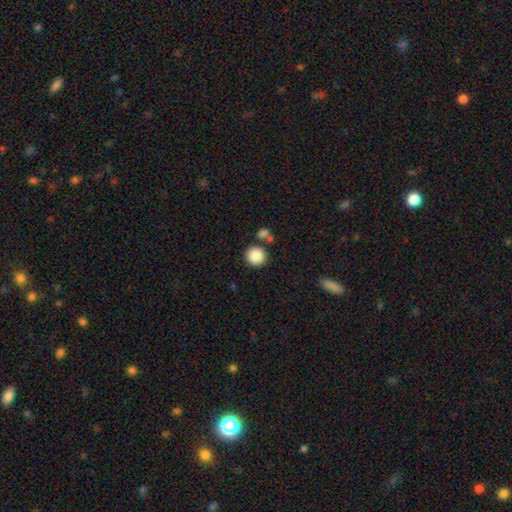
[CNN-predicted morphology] A smooth galaxy with no disk features (87%) that is round (92%). Merging: none (76%).